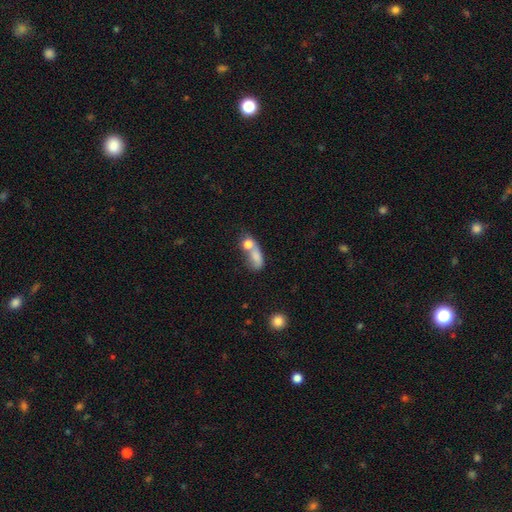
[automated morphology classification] The model was most divided on "merging": merger: 58%, none: 19%, major disturbance: 12%, minor disturbance: 10%. More confident: smooth or featured — smooth (72%); how rounded — in between (65%).